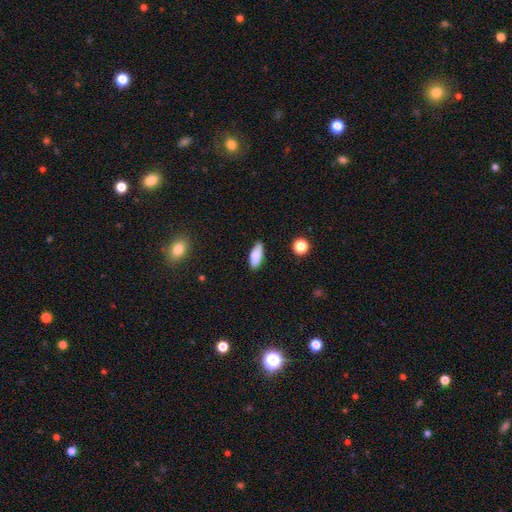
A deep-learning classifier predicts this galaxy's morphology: smooth_or_featured: smooth (p=0.84) [alt: featured or disk p=0.09]
how_rounded: in between (p=0.80) [alt: cigar-shaped p=0.18]
merging: none (p=0.86) [alt: minor disturbance p=0.11]